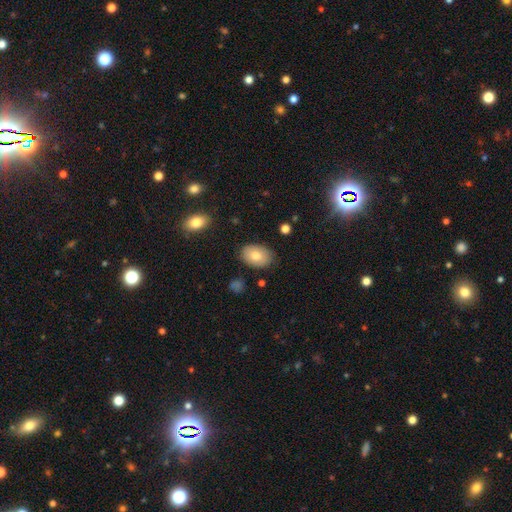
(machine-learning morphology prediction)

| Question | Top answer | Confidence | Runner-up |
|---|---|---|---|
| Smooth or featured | smooth | 80% | featured or disk (13%) |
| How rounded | in between | 86% | round (13%) |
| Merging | none | 83% | minor disturbance (13%) |